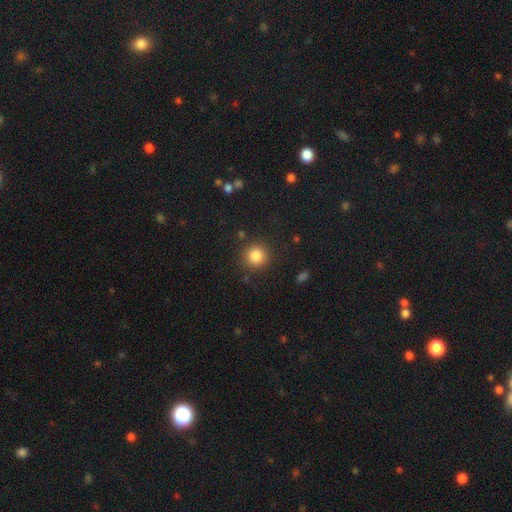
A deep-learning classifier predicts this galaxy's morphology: Smooth or featured?
  - smooth: 84% *
  - star or artifact: 11%
  - featured or disk: 5%
How rounded?
  - round: 93% *
  - in between: 6%
  - cigar-shaped: 1%
Merging?
  - none: 88% *
  - minor disturbance: 7%
  - major disturbance: 3%
  - merger: 2%